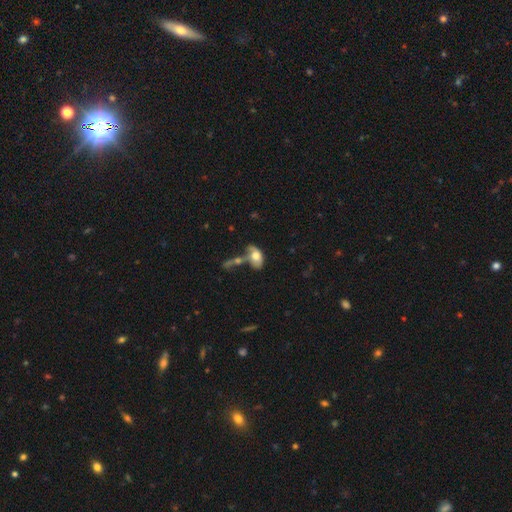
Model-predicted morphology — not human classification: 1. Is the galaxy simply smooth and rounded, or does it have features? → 64% smooth, 28% featured or disk, 8% star or artifact.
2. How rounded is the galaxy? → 89% in between, 7% round, 4% cigar-shaped.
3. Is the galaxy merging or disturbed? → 43% merger, 26% none, 16% minor disturbance, 15% major disturbance.